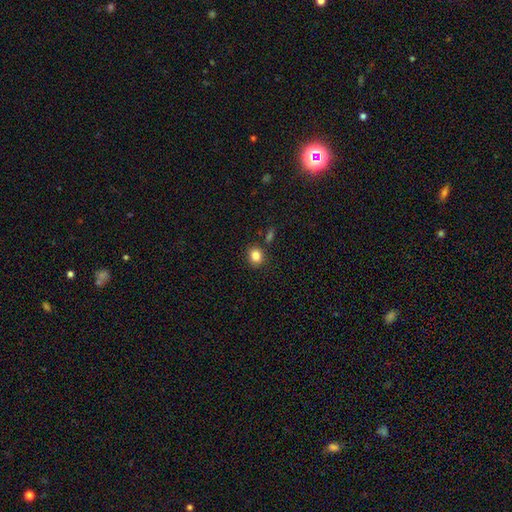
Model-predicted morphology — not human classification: Q: Smooth or featured?
A: smooth (84%); runner-up: star or artifact (10%)
Q: How rounded?
A: round (69%); runner-up: in between (30%)
Q: Merging?
A: none (84%); runner-up: minor disturbance (8%)